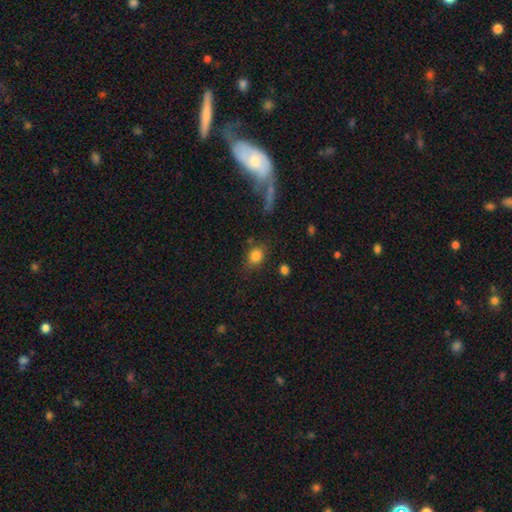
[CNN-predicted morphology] A smooth galaxy with no disk features (83%) that is in between round and cigar-shaped (53%).

Vote fractions:
- Smooth or featured? smooth: 83% / star or artifact: 10% / featured or disk: 7%
- How rounded? in between: 53% / round: 45% / cigar-shaped: 2%
- Merging? none: 75% / minor disturbance: 16% / major disturbance: 5% / merger: 4%